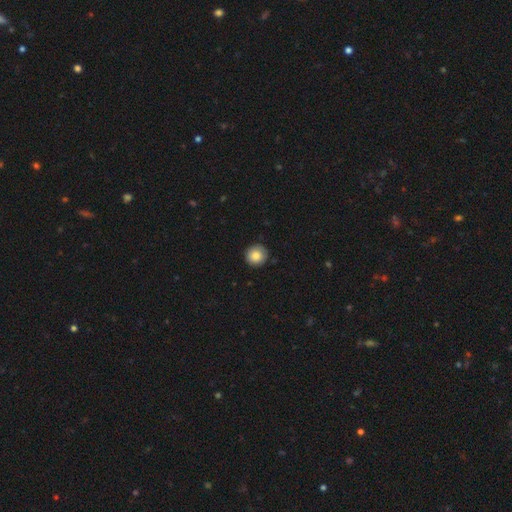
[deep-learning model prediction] Q: Smooth or featured?
A: smooth (84%); runner-up: star or artifact (8%)
Q: How rounded?
A: round (95%); runner-up: in between (4%)
Q: Merging?
A: none (89%); runner-up: minor disturbance (9%)